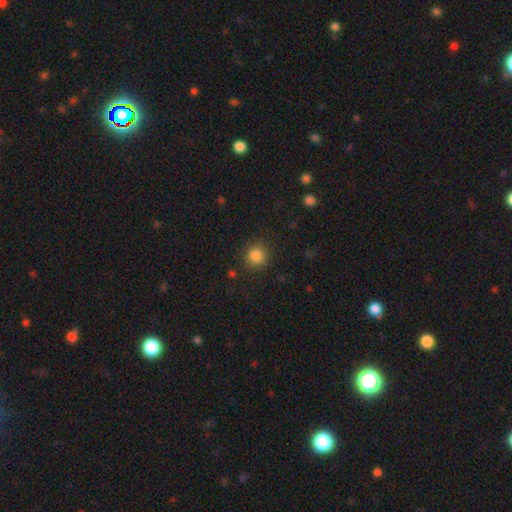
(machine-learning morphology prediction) smooth_or_featured: smooth (p=0.84) [alt: star or artifact p=0.11]
how_rounded: round (p=0.90) [alt: in between p=0.09]
merging: none (p=0.87) [alt: minor disturbance p=0.09]